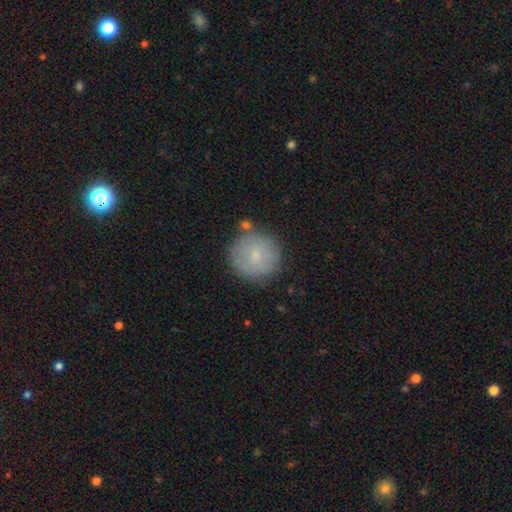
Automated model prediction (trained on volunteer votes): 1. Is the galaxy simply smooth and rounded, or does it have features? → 75% smooth, 17% featured or disk, 8% star or artifact.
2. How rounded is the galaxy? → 94% round, 5% in between, 1% cigar-shaped.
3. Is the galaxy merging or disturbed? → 79% none, 13% minor disturbance, 5% merger, 3% major disturbance.